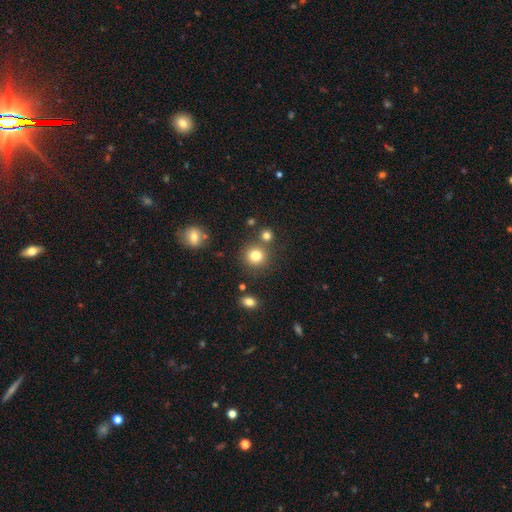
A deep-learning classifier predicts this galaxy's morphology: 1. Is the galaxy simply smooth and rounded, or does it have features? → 81% smooth, 13% star or artifact, 6% featured or disk.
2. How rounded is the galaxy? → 91% round, 8% in between, 1% cigar-shaped.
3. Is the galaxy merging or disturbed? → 79% none, 10% merger, 8% minor disturbance, 3% major disturbance.